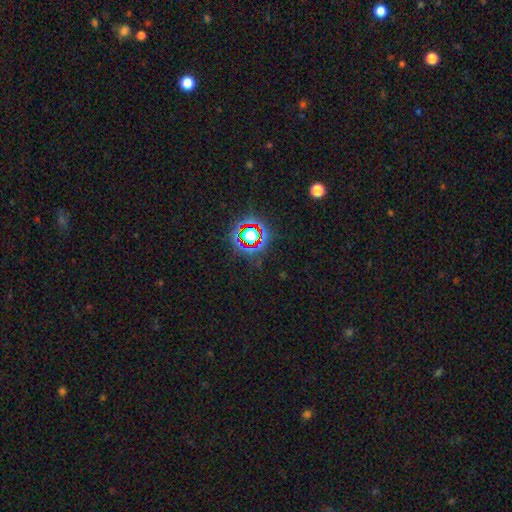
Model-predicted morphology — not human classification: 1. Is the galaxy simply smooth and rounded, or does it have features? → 78% star or artifact, 13% smooth, 9% featured or disk.